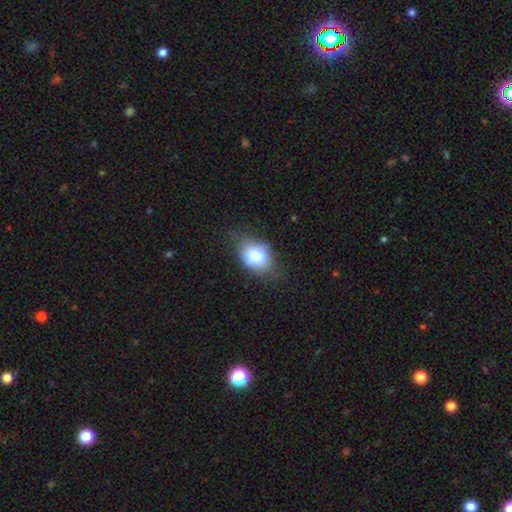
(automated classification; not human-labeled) A smooth galaxy with no disk features (76%) that is in between round and cigar-shaped (72%). Merging: none (66%).